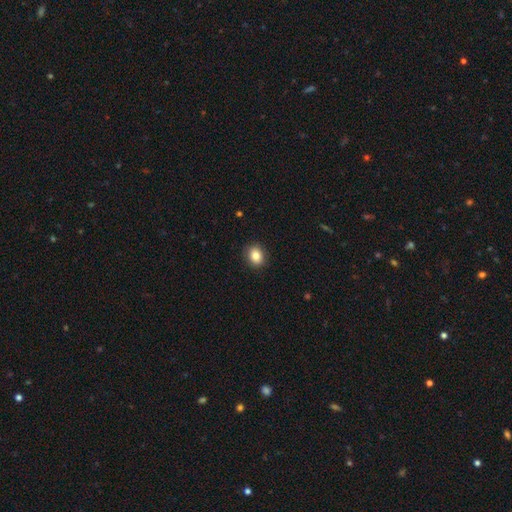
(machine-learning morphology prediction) Smooth or featured: smooth — 84% (star or artifact — 9%)
How rounded: round — 59% (in between — 40%)
Merging: none — 90% (minor disturbance — 7%)